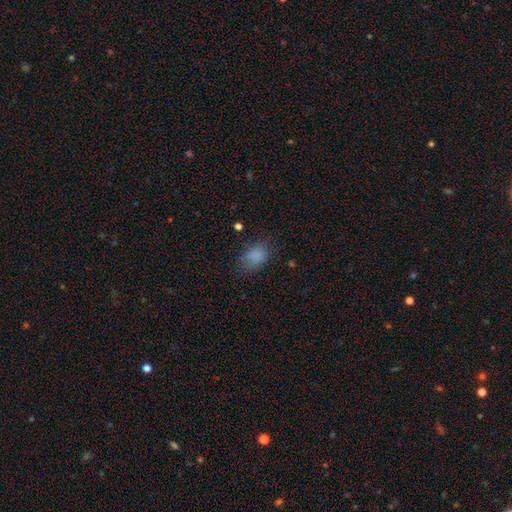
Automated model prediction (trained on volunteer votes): smooth_or_featured: smooth (p=0.81) [alt: star or artifact p=0.12]
how_rounded: in between (p=0.74) [alt: round p=0.25]
merging: none (p=0.65) [alt: minor disturbance p=0.23]